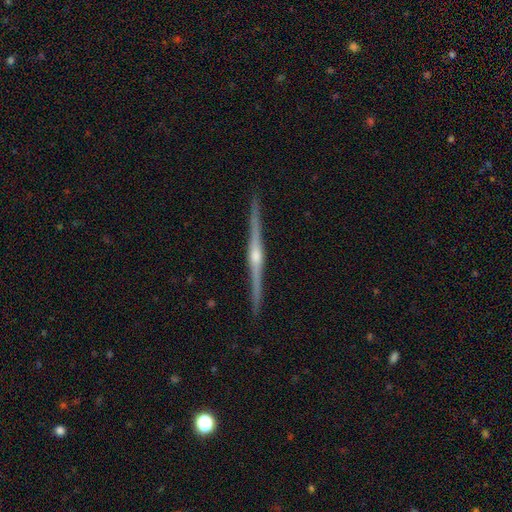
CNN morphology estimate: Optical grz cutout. It shows a featured or disk galaxy (89%) viewed edge-on (99%) with a rounded central bulge (89%). Merging: none (93%).